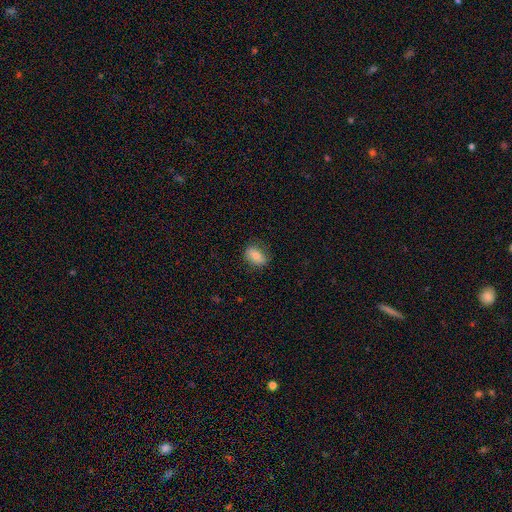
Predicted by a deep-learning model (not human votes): This is likely a smooth galaxy (74%). How rounded: likely in between (77%). Merging: likely none (78%).